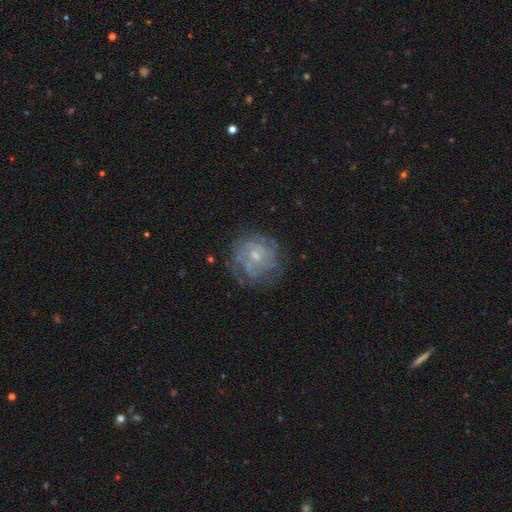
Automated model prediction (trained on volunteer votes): A featured or disk galaxy (77%) with no bar (67%), tight (62%) spiral arms (87%) and a small central bulge (59%).

Vote fractions:
- Smooth or featured? featured or disk: 77% / smooth: 15% / star or artifact: 8%
- Edge-on disk? no: 98% / yes: 2%
- Bar? no: 67% / weak: 29% / strong: 4%
- Spiral arms? yes: 87% / no: 13%
- Spiral winding? tight: 62% / medium: 30% / loose: 8%
- Spiral arm count? can't tell: 45% / 3: 16% / 4: 15% / 2: 12% / more than 4: 7% / 1: 6%
- Bulge size? small: 59% / moderate: 35% / none: 4% / large: 1% / dominant: 1%
- Merging? none: 72% / minor disturbance: 18% / major disturbance: 9% / merger: 1%